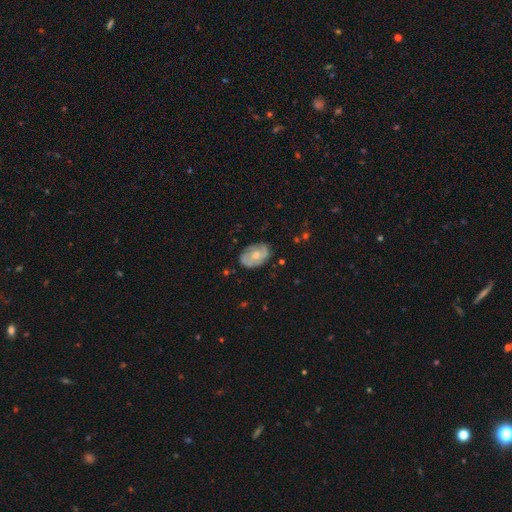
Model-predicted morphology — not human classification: Smooth or featured? Predicted: featured or disk (p=0.51). Edge-on disk? Predicted: no (p=0.96). Merging? Predicted: none (p=0.73).